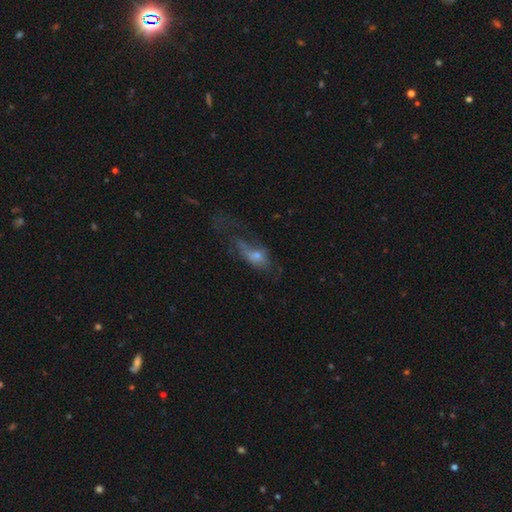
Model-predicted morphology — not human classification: This is marginally a smooth galaxy (44%). Merging: possibly major disturbance (54%).